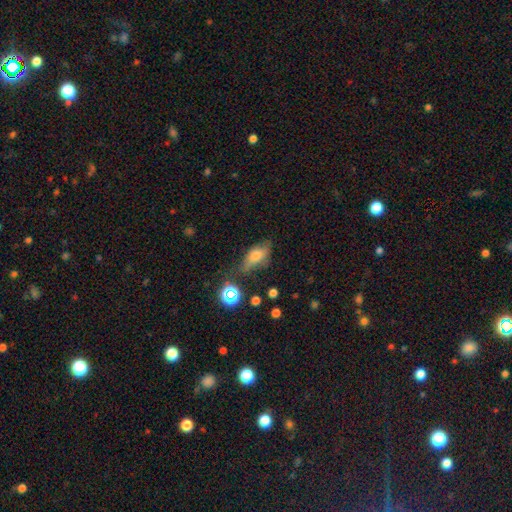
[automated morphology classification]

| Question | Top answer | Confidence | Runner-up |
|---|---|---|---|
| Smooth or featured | smooth | 64% | featured or disk (23%) |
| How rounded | in between | 76% | cigar-shaped (15%) |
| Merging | none | 53% | minor disturbance (30%) |